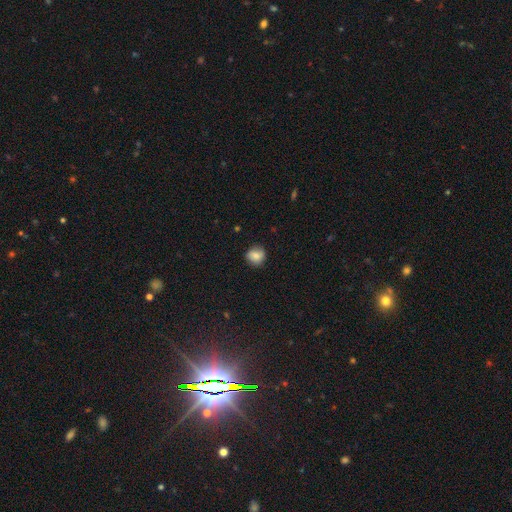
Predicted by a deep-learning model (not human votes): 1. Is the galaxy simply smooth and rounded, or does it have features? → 80% smooth, 11% featured or disk, 9% star or artifact.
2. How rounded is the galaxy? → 84% round, 15% in between, 1% cigar-shaped.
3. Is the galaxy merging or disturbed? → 80% none, 16% minor disturbance, 3% major disturbance, 1% merger.